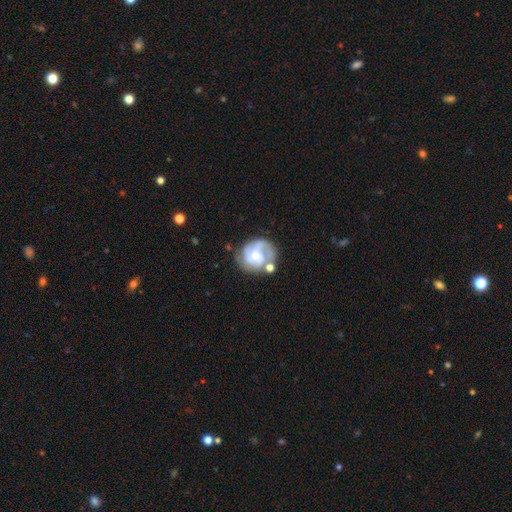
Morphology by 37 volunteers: This is clearly a featured or disk galaxy (89%). It is clearly not viewed edge-on (97%). Bar: likely no (72%). Spiral arm pattern: clearly yes (88%). Spiral arm count: possibly 3 (50%). Spiral winding: marginally medium (43%). Central bulge: possibly small (53%). Merging: possibly none (53%).